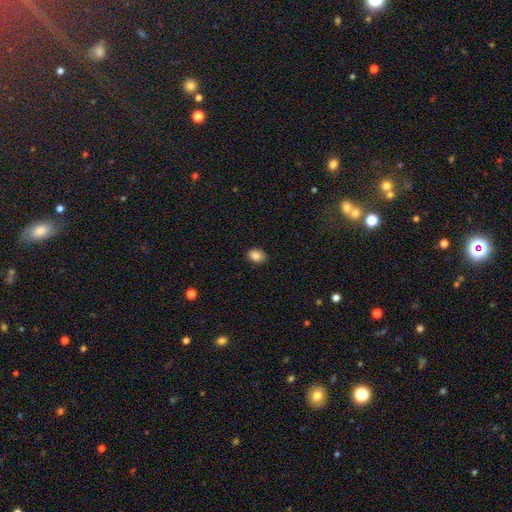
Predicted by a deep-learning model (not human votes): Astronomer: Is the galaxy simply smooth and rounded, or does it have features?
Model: smooth — 85%.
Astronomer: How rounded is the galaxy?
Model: in between — 71%.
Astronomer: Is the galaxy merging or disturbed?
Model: none — 87%.